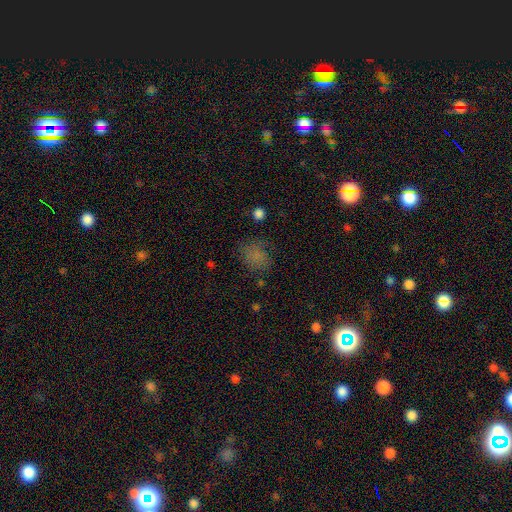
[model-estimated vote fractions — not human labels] smooth 75%, star or artifact 16%, featured or disk 9%. Down the decision tree: how rounded — round (55%); merging — none (64%).